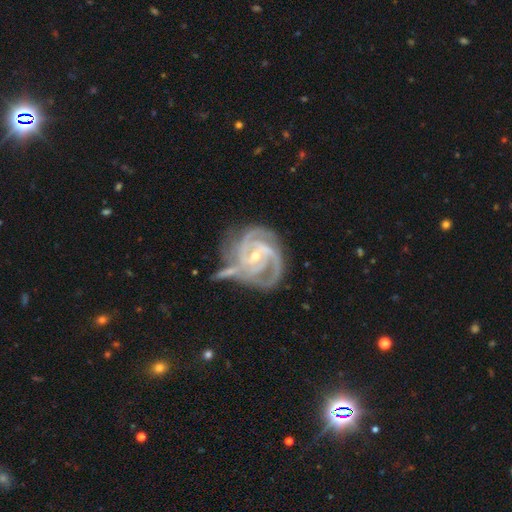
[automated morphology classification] The model was most divided on "bar": weak: 44%, no: 36%, strong: 20%. Remaining: spiral arms — yes (98%); edge-on disk — no (98%); smooth or featured — featured or disk (92%); spiral winding — tight (64%); bulge size — small (62%); spiral arm count — 3 (49%); merging — none (46%).